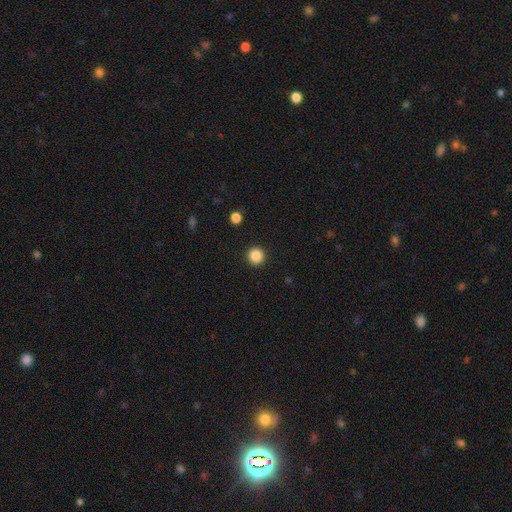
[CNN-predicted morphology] The model was most divided on "smooth or featured": smooth: 87%, star or artifact: 10%, featured or disk: 3%. More confident: how rounded — round (95%); merging — none (93%).